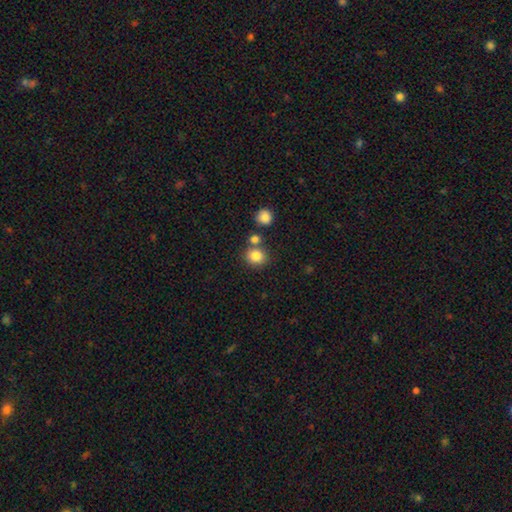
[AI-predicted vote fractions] This is clearly a smooth galaxy (82%). How rounded: clearly round (81%). Merging: likely none (70%).